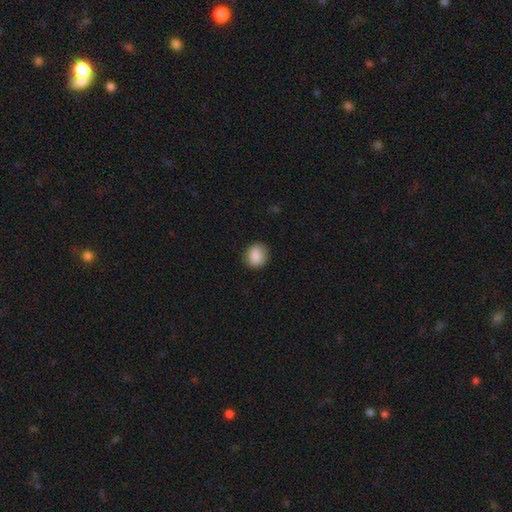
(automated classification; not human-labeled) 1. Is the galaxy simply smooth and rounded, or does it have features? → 87% smooth, 8% star or artifact, 5% featured or disk.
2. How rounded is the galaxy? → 77% round, 22% in between, 1% cigar-shaped.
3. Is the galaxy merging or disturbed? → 86% none, 10% minor disturbance, 2% major disturbance, 1% merger.